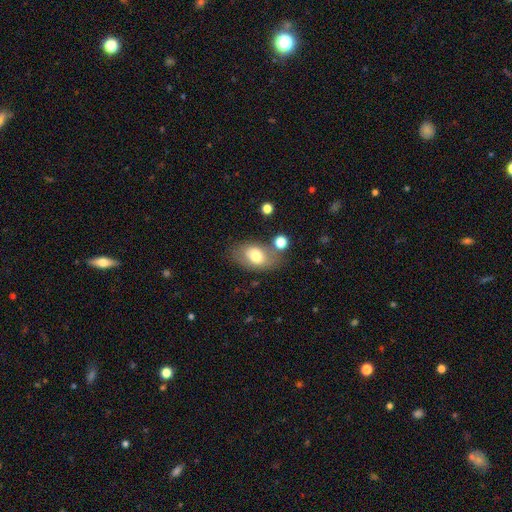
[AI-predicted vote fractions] Smooth or featured? Predicted: smooth (p=0.68). How rounded? Predicted: in between (p=0.86). Merging? Predicted: none (p=0.60).